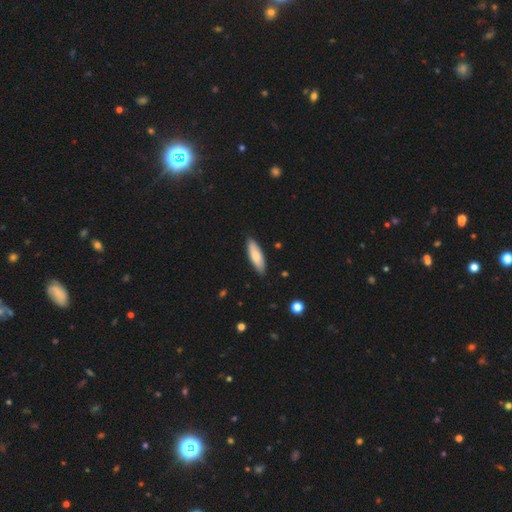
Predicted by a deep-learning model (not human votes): Smooth or featured? Predicted: smooth (p=0.75). How rounded? Predicted: cigar-shaped (p=0.49, tied with in between). Merging? Predicted: none (p=0.87).